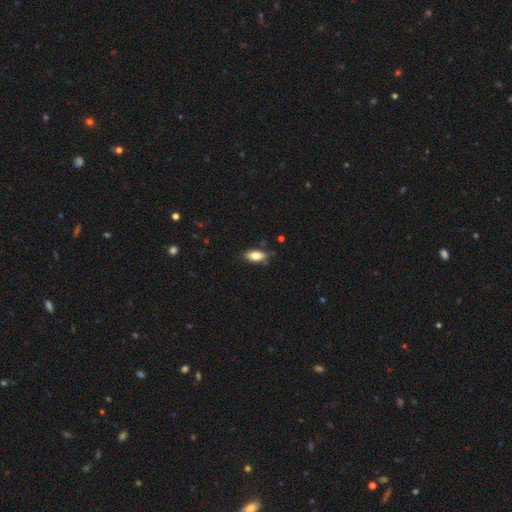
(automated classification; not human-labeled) Smooth or featured: smooth — 80% (featured or disk — 13%)
How rounded: in between — 86% (cigar-shaped — 12%)
Merging: none — 78% (minor disturbance — 17%)